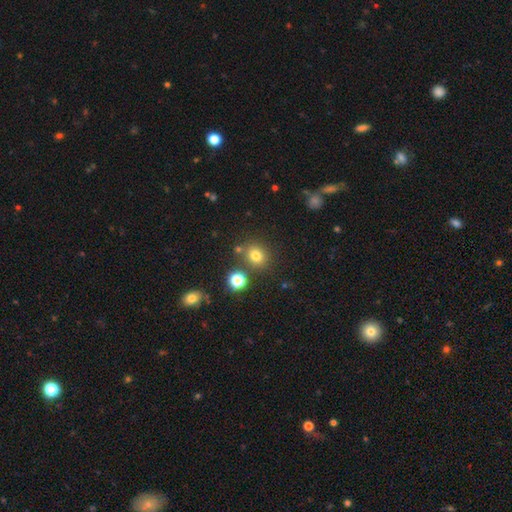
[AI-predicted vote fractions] smooth-or-featured: smooth: 75% | star or artifact: 17% | featured or disk: 8%
  how-rounded: round: 75% | in between: 24% | cigar-shaped: 1%
  merging: none: 77% | minor disturbance: 10% | merger: 9% | major disturbance: 4%